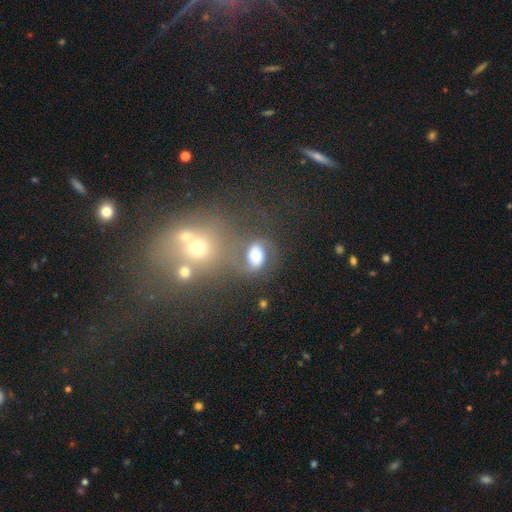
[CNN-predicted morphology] Smooth or featured? smooth (47%)
Merging? none (55%)